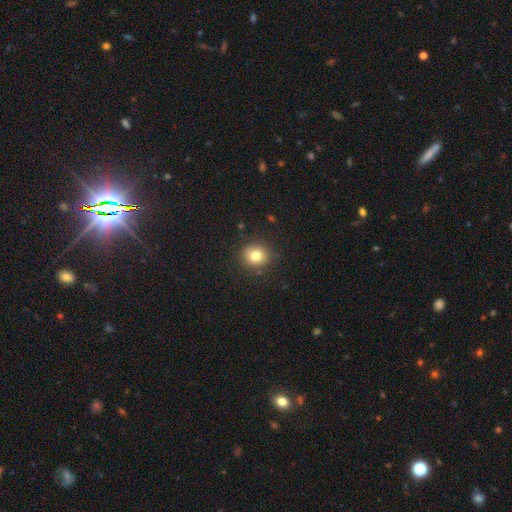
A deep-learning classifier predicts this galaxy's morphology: Smooth or featured? Predicted: smooth (p=0.80). How rounded? Predicted: round (p=0.89). Merging? Predicted: none (p=0.87).